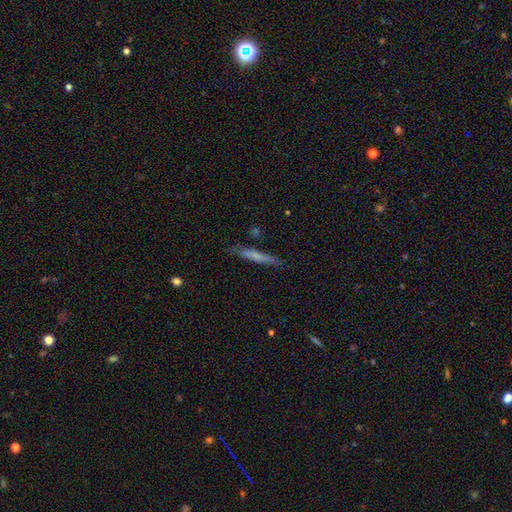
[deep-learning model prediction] Q: Smooth or featured?
A: smooth (62%); runner-up: featured or disk (32%)
Q: How rounded?
A: cigar-shaped (94%); runner-up: in between (4%)
Q: Merging?
A: none (79%); runner-up: minor disturbance (15%)